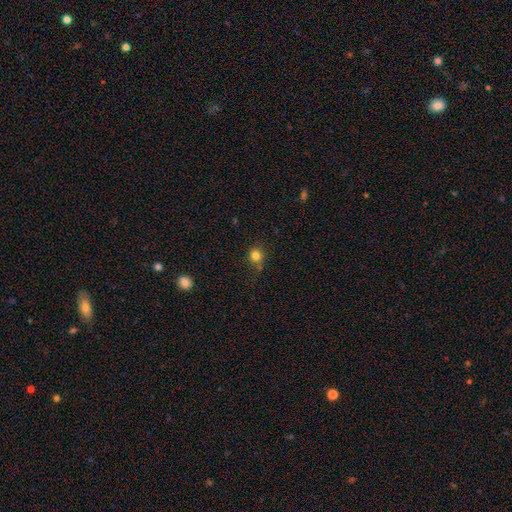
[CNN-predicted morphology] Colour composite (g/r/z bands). It shows a smooth galaxy with no disk features (80%) that is round (88%). Merging: none (70%).